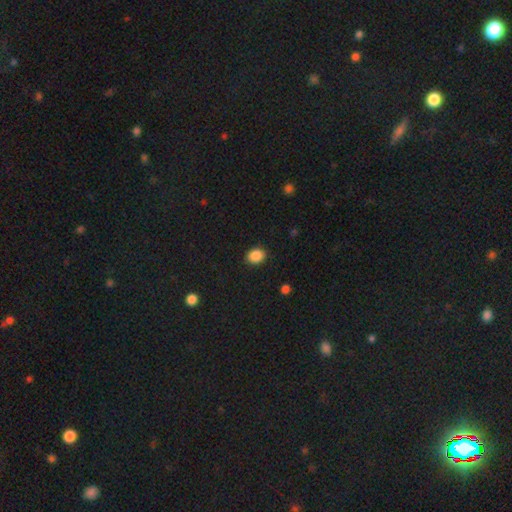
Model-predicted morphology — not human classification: smooth_or_featured: smooth (p=0.88) [alt: star or artifact p=0.09]
how_rounded: round (p=0.53) [alt: in between p=0.46]
merging: none (p=0.89) [alt: minor disturbance p=0.08]